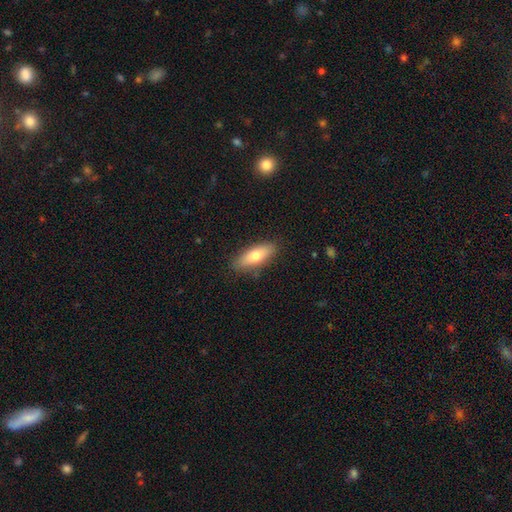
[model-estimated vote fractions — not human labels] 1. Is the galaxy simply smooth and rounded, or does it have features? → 71% smooth, 23% featured or disk, 6% star or artifact.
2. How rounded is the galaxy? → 62% in between, 35% cigar-shaped, 3% round.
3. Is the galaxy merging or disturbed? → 86% none, 11% minor disturbance, 2% major disturbance, 1% merger.